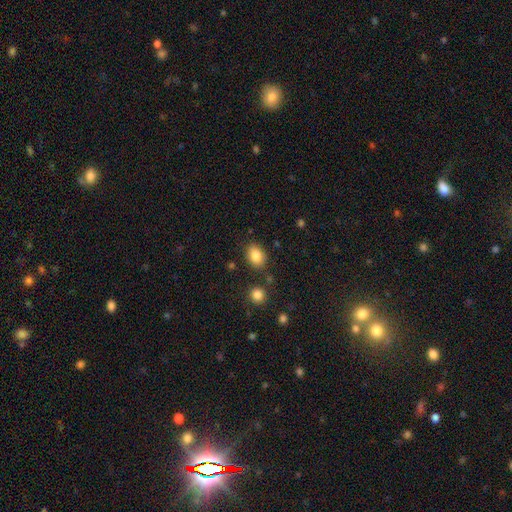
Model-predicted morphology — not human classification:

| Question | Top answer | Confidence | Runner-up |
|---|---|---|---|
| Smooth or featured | smooth | 85% | star or artifact (9%) |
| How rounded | in between | 70% | round (29%) |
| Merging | none | 82% | minor disturbance (11%) |